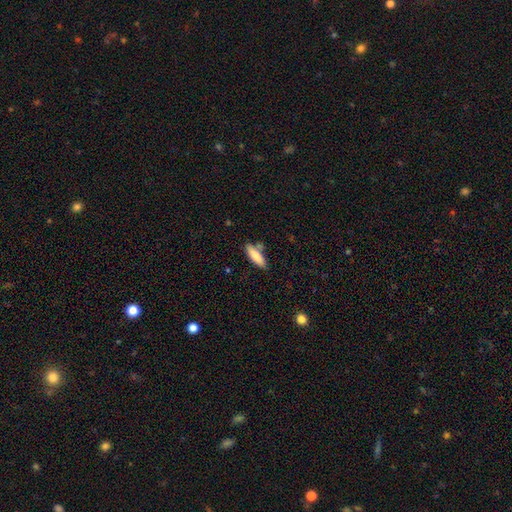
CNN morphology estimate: smooth 83%, featured or disk 11%, star or artifact 6%. Down the decision tree: how rounded — cigar-shaped (54%); merging — none (73%).